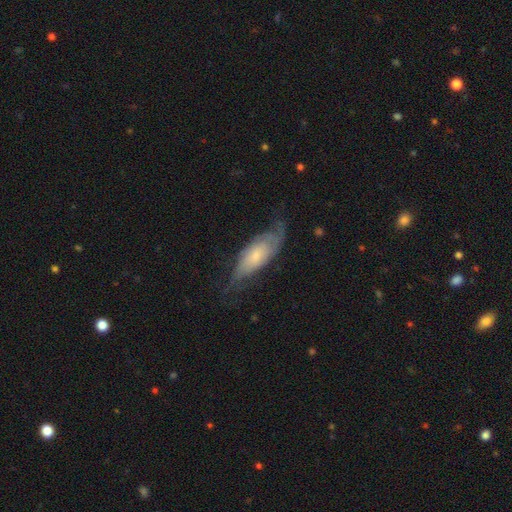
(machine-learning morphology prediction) This is possibly a featured or disk galaxy (60%). It is clearly not viewed edge-on (83%). Merging: possibly none (52%).